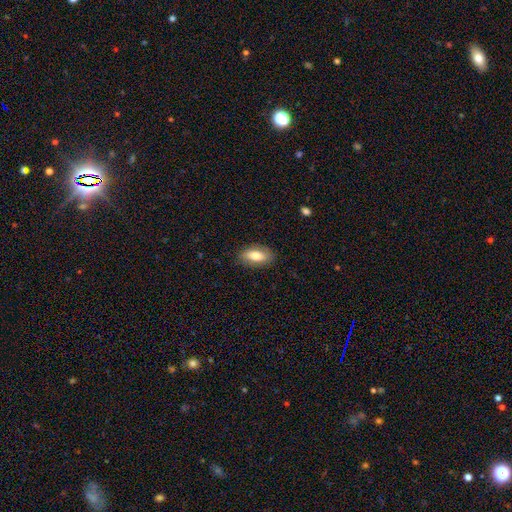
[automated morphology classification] The model was most divided on "smooth or featured": smooth: 75%, featured or disk: 18%, star or artifact: 7%. More confident: how rounded — in between (86%); merging — none (85%).